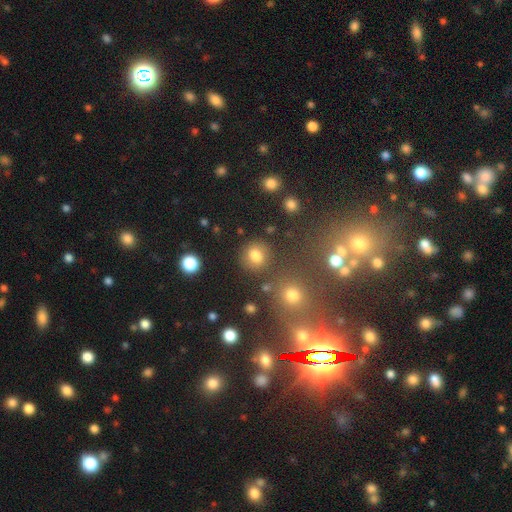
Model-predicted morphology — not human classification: smooth 78%, star or artifact 14%, featured or disk 8%. Down the decision tree: how rounded — round (82%); merging — none (81%).